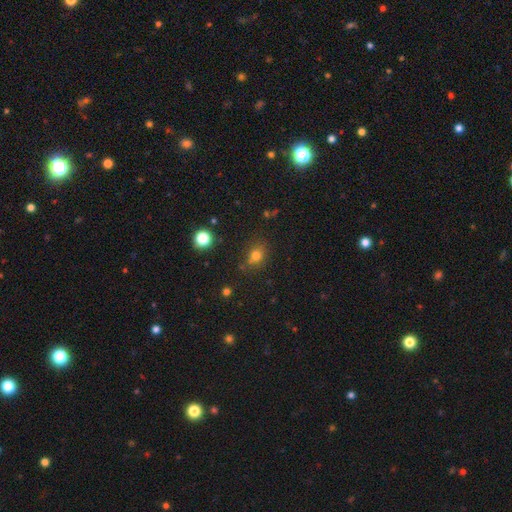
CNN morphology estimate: Smooth or featured: smooth — 76% (star or artifact — 16%)
How rounded: round — 54% (in between — 44%)
Merging: none — 72% (minor disturbance — 18%)